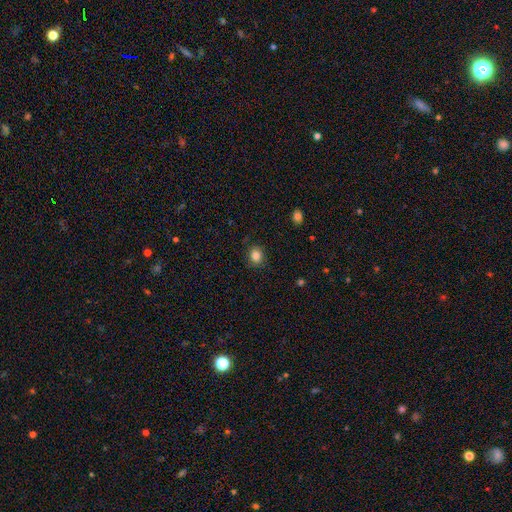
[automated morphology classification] Smooth or featured? Predicted: smooth (p=0.84). How rounded? Predicted: round (p=0.66). Merging? Predicted: none (p=0.86).